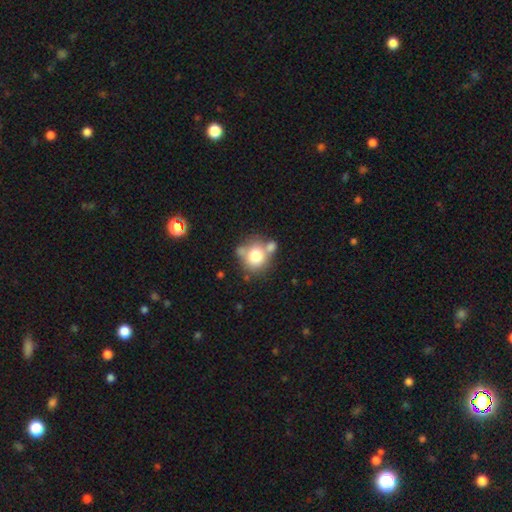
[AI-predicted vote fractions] Smooth or featured? smooth (73%)
How rounded? round (80%)
Merging? none (48%)